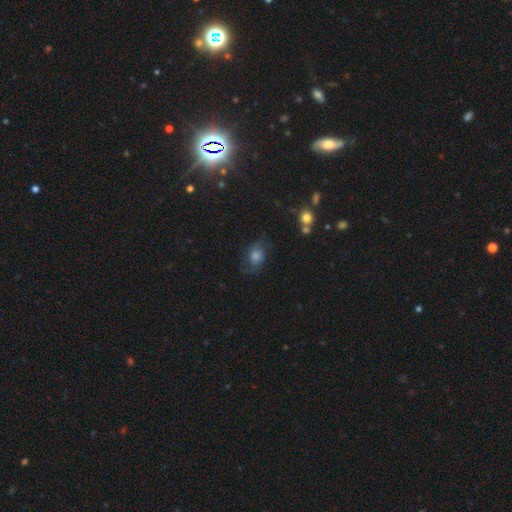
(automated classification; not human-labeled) A smooth galaxy with no disk features (41%). Merging: none (67%).